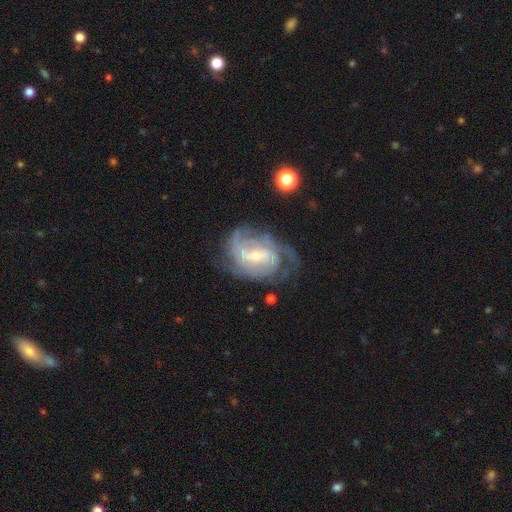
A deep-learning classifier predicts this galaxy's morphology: The model was most divided on "spiral arm count": 2: 27%, 3: 26%, can't tell: 25%, 4: 12%, 1: 5%, more than 4: 5%. Remaining: edge-on disk — no (97%); spiral arms — yes (96%); smooth or featured — featured or disk (89%); merging — none (61%); bulge size — small (59%); spiral winding — tight (50%); bar — weak (49%).